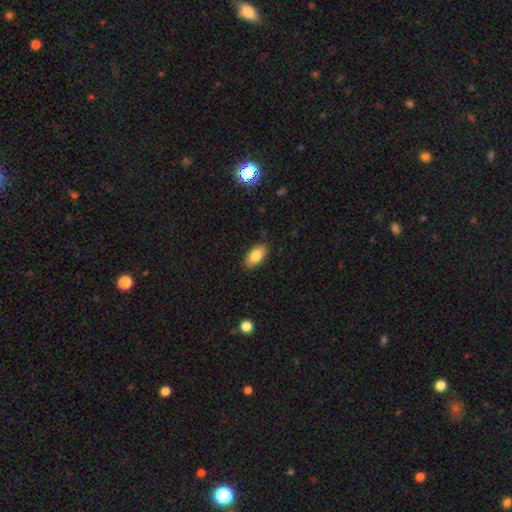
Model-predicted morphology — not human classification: A smooth galaxy with no disk features (84%) that is in between round and cigar-shaped (93%).

Vote fractions:
- Smooth or featured? smooth: 84% / featured or disk: 10% / star or artifact: 7%
- How rounded? in between: 93% / cigar-shaped: 3% / round: 3%
- Merging? none: 86% / minor disturbance: 11% / major disturbance: 2% / merger: 1%